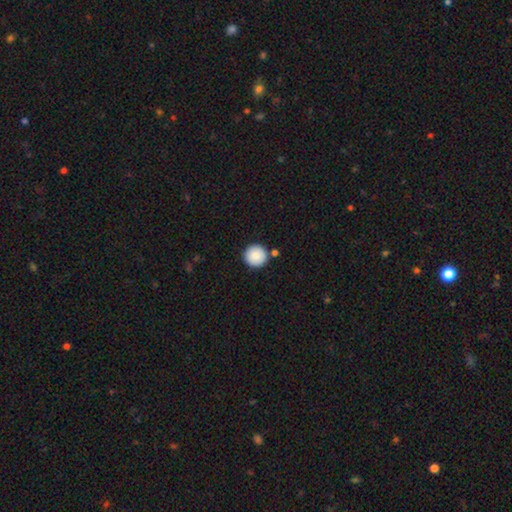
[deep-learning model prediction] Smooth or featured? smooth (89%)
How rounded? round (96%)
Merging? none (87%)